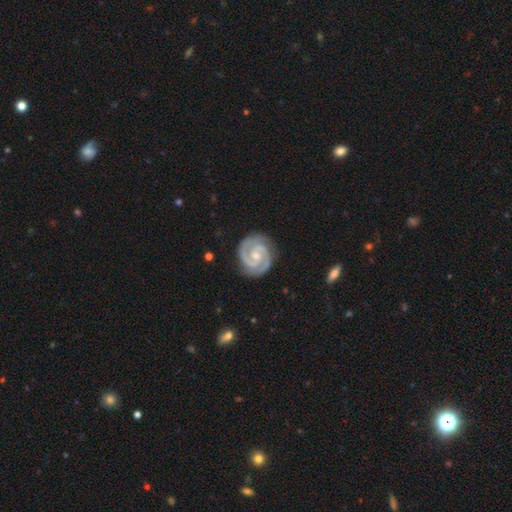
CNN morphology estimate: This appears to be a featured or disk galaxy (93%) with no bar (54%), 2 (92%) tight (66%) spiral arms (99%) and a small central bulge (54%). Merging: none (84%).